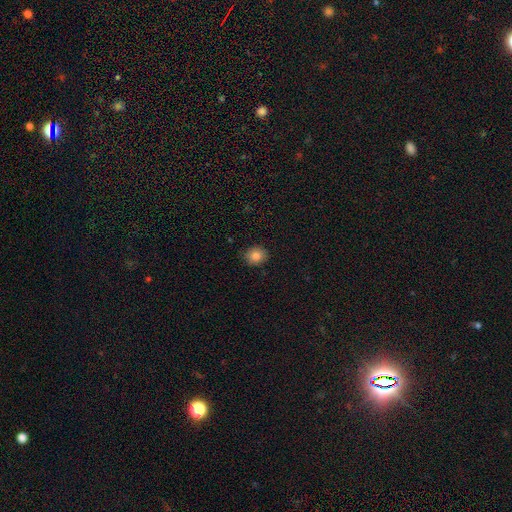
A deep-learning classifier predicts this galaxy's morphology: smooth_or_featured: smooth (p=0.84) [alt: star or artifact p=0.10]
how_rounded: round (p=0.70) [alt: in between p=0.29]
merging: none (p=0.87) [alt: minor disturbance p=0.10]